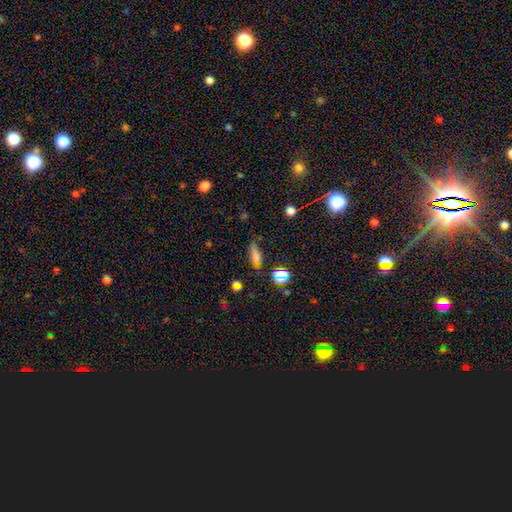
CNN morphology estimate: A smooth galaxy with no disk features (67%) that is cigar-shaped (53%). Merging: none (63%).